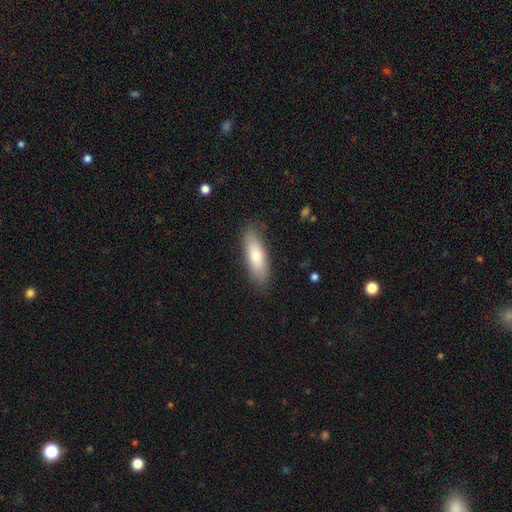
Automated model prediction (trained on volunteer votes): The model was most divided on "how rounded": in between: 53%, cigar-shaped: 45%, round: 2%. More confident: merging — none (86%); smooth or featured — smooth (75%).